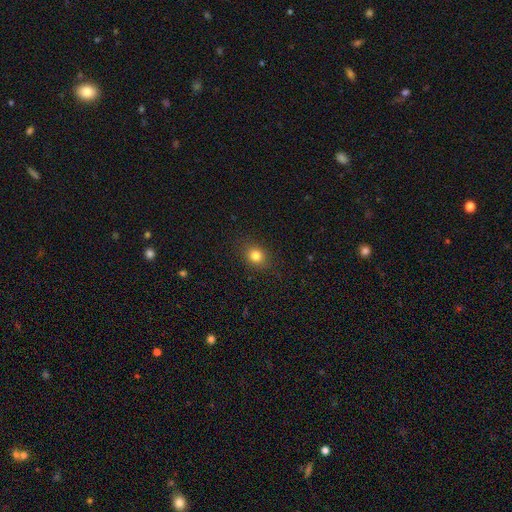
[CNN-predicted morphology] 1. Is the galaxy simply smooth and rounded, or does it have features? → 82% smooth, 12% star or artifact, 6% featured or disk.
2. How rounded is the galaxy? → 66% round, 33% in between, 1% cigar-shaped.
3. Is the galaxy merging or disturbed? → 87% none, 9% minor disturbance, 3% major disturbance, 1% merger.